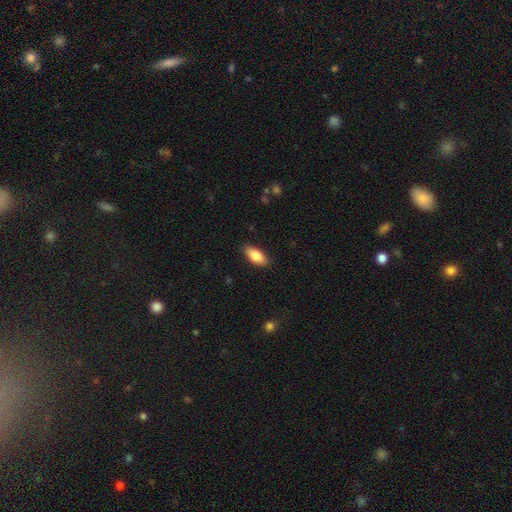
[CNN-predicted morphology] Q: Smooth or featured?
A: smooth (83%); runner-up: featured or disk (11%)
Q: How rounded?
A: in between (88%); runner-up: cigar-shaped (10%)
Q: Merging?
A: none (87%); runner-up: minor disturbance (10%)